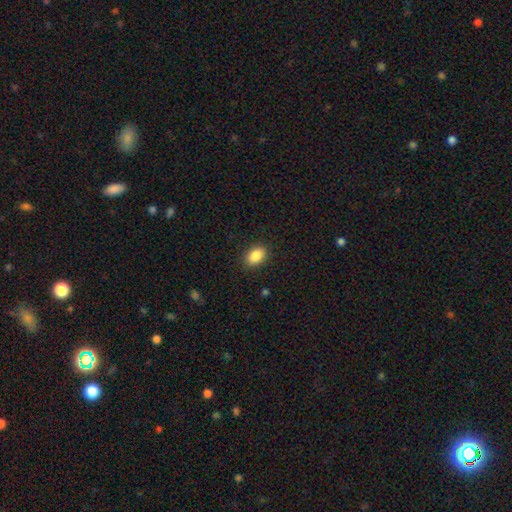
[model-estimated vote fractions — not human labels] Smooth or featured: smooth — 88% (star or artifact — 8%)
How rounded: in between — 88% (round — 11%)
Merging: none — 88% (minor disturbance — 9%)